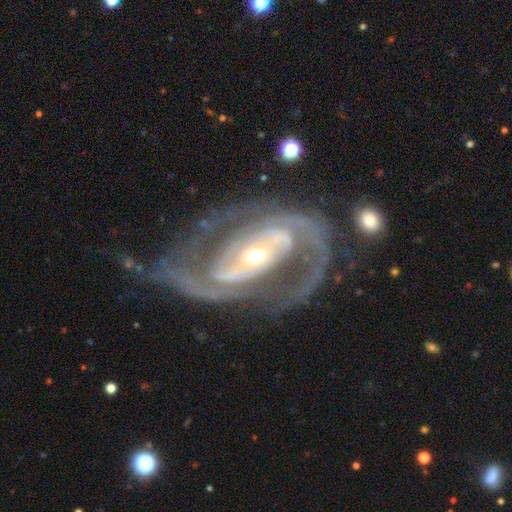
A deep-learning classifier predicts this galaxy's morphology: Smooth or featured?
  - featured or disk: 91% *
  - smooth: 5%
  - star or artifact: 4%
Edge-on disk?
  - no: 96% *
  - yes: 4%
Bar?
  - strong: 35% *
  - no: 33%
  - weak: 32%
Spiral arms?
  - yes: 94% *
  - no: 6%
Spiral winding?
  - medium: 49% *
  - tight: 31%
  - loose: 20%
Spiral arm count?
  - 2: 80% *
  - can't tell: 6%
  - 3: 5%
  - 1: 4%
  - 4: 3%
  - more than 4: 2%
Bulge size?
  - moderate: 54% *
  - small: 39%
  - large: 4%
  - dominant: 1%
  - none: 1%
Merging?
  - none: 66% *
  - major disturbance: 16%
  - minor disturbance: 16%
  - merger: 3%